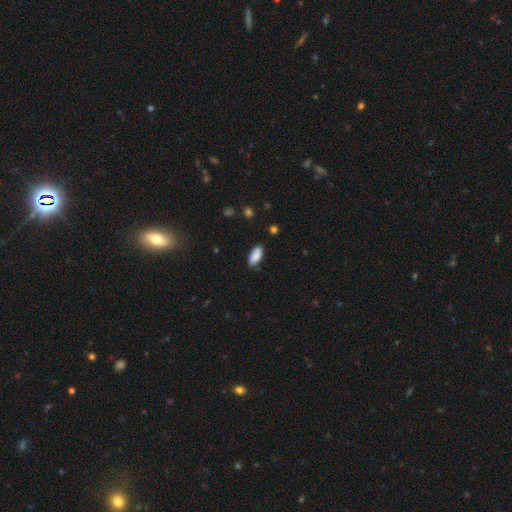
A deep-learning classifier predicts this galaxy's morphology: Overall: smooth (88%). How rounded: in between (87%). Merging: none (83%).